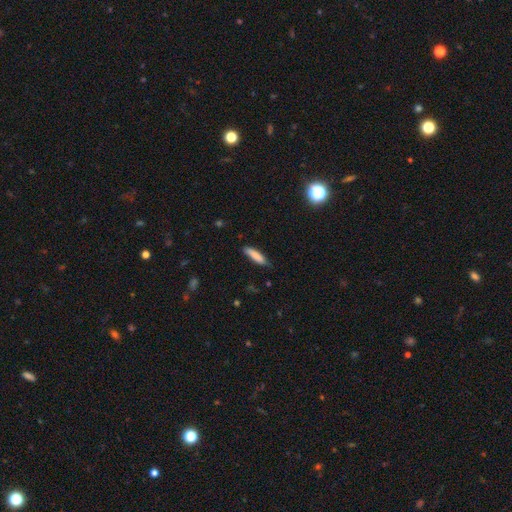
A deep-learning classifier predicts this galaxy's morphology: A smooth galaxy with no disk features (83%) that is cigar-shaped (77%).

Vote fractions:
- Smooth or featured? smooth: 83% / featured or disk: 10% / star or artifact: 6%
- How rounded? cigar-shaped: 77% / in between: 22% / round: 1%
- Merging? none: 76% / minor disturbance: 19% / major disturbance: 3% / merger: 1%